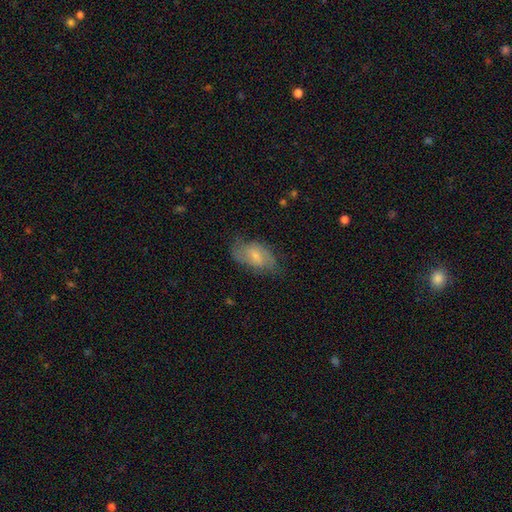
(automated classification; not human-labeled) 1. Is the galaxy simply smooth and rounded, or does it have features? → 46% featured or disk (tied), 46% smooth (tied), 7% star or artifact.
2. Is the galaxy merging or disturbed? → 63% none, 25% minor disturbance, 11% major disturbance, 1% merger.